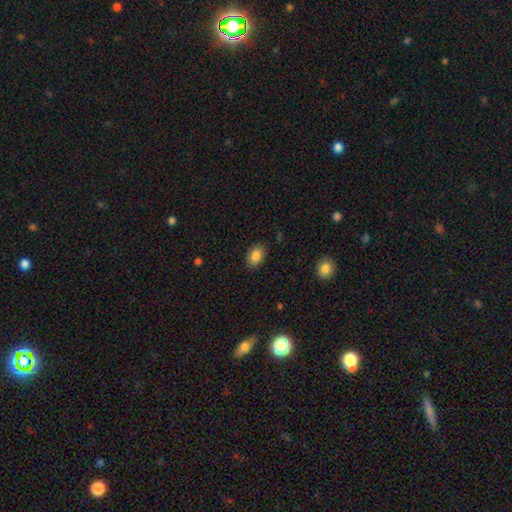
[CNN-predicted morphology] A smooth galaxy with no disk features (86%) that is in between round and cigar-shaped (86%). Merging: none (86%).